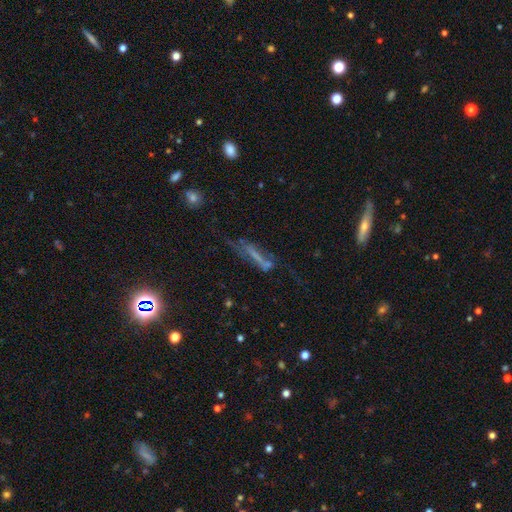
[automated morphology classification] featured or disk 43%, smooth 35%, star or artifact 21%. Down the decision tree: merging — none (37%).